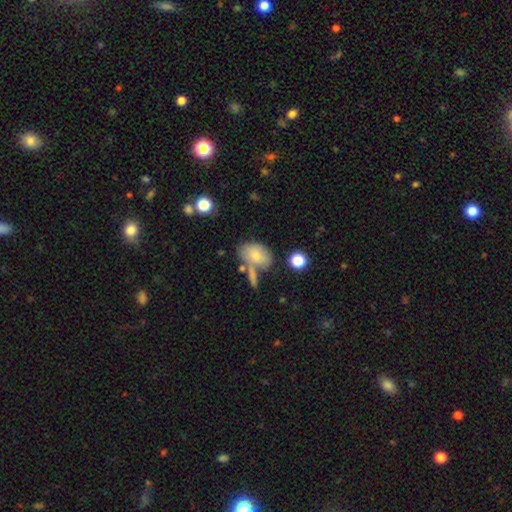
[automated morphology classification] Overall: smooth (72%). How rounded: in between (84%). Merging: none (48%; merger 26%).